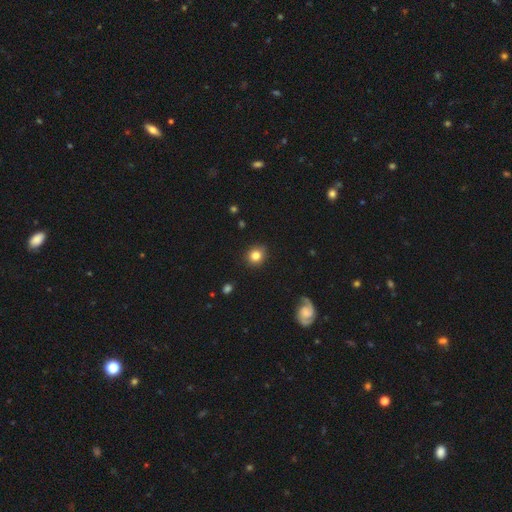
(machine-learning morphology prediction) Smooth or featured: smooth — 82% (star or artifact — 10%)
How rounded: round — 80% (in between — 19%)
Merging: none — 88% (minor disturbance — 9%)